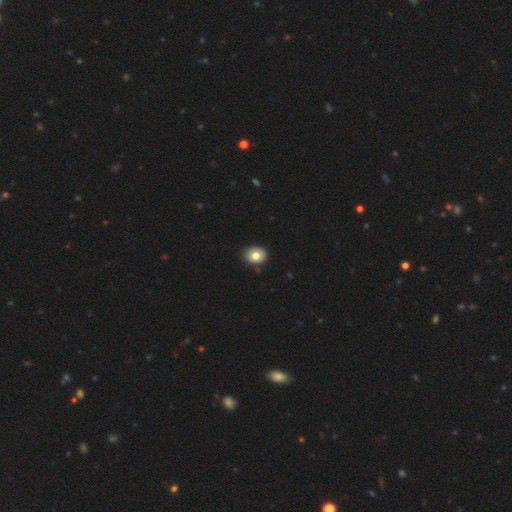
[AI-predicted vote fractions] Overall: smooth (79%). How rounded: round (51%; in between 48%). Merging: none (88%).